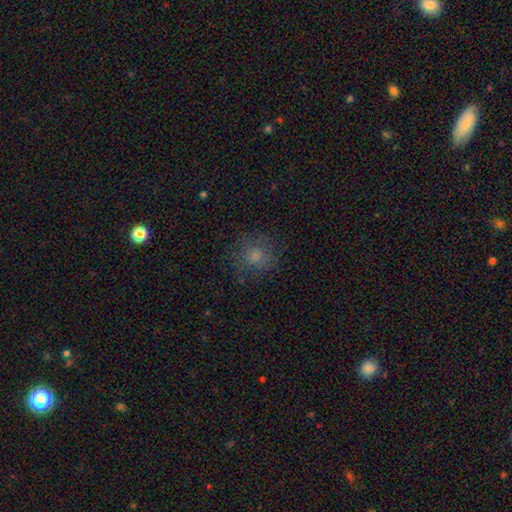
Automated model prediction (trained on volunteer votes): The model was most divided on "smooth or featured": smooth: 70%, star or artifact: 19%, featured or disk: 11%. More confident: how rounded — round (89%); merging — none (81%).